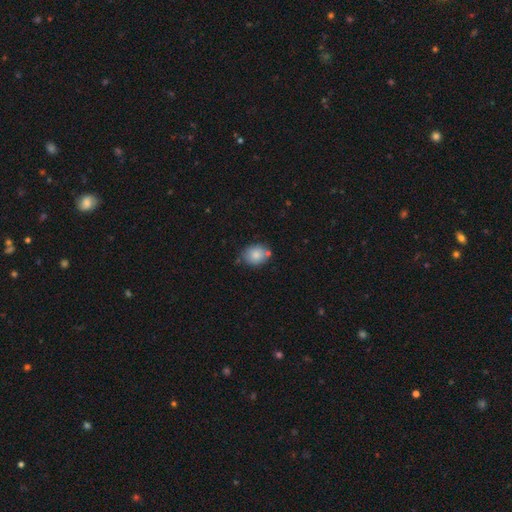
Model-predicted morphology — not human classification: type=smooth (82%); roundness=round (53%); merging=none (69%).